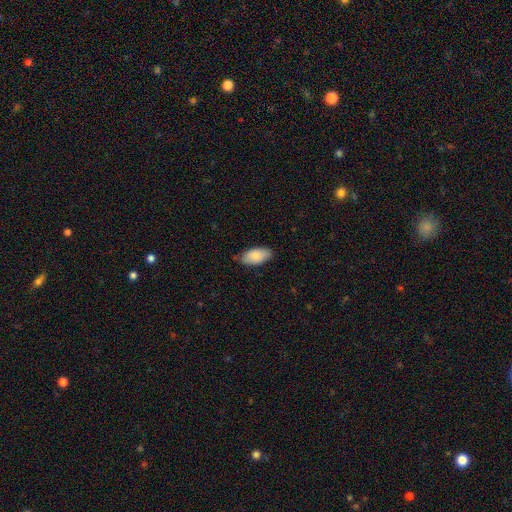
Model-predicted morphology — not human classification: Smooth or featured? smooth (85%)
How rounded? in between (94%)
Merging? none (80%)